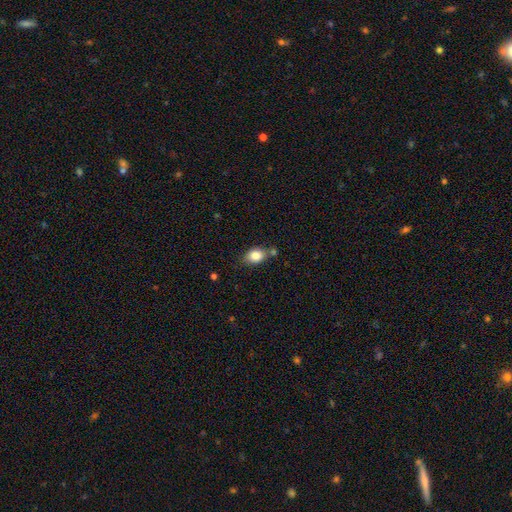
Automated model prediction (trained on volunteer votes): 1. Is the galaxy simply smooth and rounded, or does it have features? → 84% smooth, 8% star or artifact, 8% featured or disk.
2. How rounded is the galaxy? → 70% in between, 28% round, 1% cigar-shaped.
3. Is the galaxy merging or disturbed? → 67% none, 17% minor disturbance, 12% merger, 4% major disturbance.